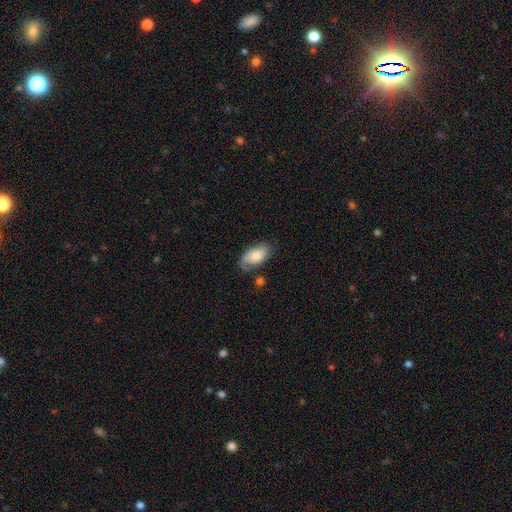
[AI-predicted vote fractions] Overall: smooth (67%). How rounded: in between (93%). Merging: none (56%; minor disturbance 28%).